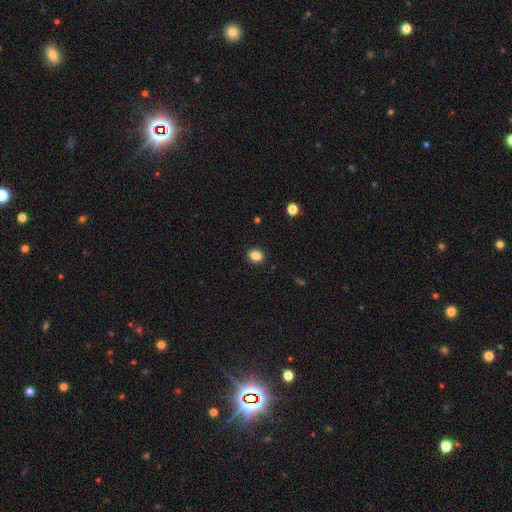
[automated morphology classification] type=smooth (85%); roundness=in between (55%); merging=none (90%).